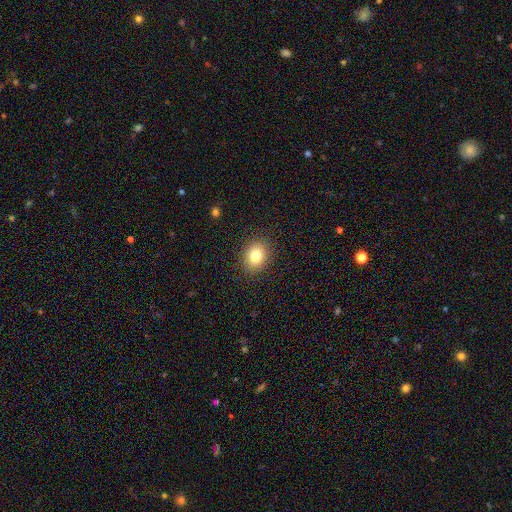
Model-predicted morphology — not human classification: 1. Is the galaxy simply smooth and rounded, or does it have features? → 81% smooth, 10% star or artifact, 9% featured or disk.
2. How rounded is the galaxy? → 50% round, 49% in between, 1% cigar-shaped.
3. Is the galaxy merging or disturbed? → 88% none, 9% minor disturbance, 3% major disturbance, 1% merger.